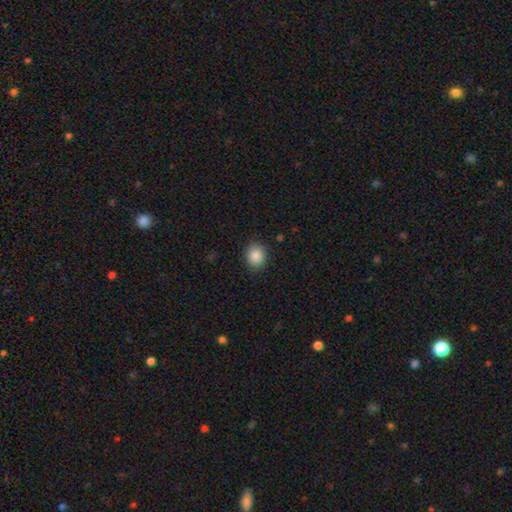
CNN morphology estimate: Smooth or featured?
  - smooth: 88% *
  - star or artifact: 8%
  - featured or disk: 4%
How rounded?
  - round: 58% *
  - in between: 41%
  - cigar-shaped: 1%
Merging?
  - none: 89% *
  - minor disturbance: 8%
  - major disturbance: 2%
  - merger: 1%